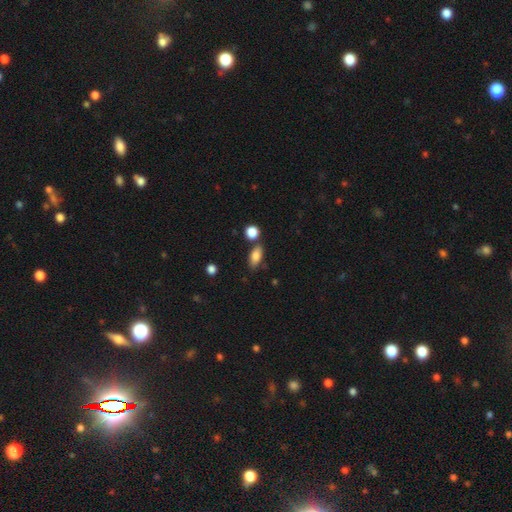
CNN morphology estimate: smooth 81%, featured or disk 11%, star or artifact 8%. Down the decision tree: how rounded — in between (84%); merging — none (72%).